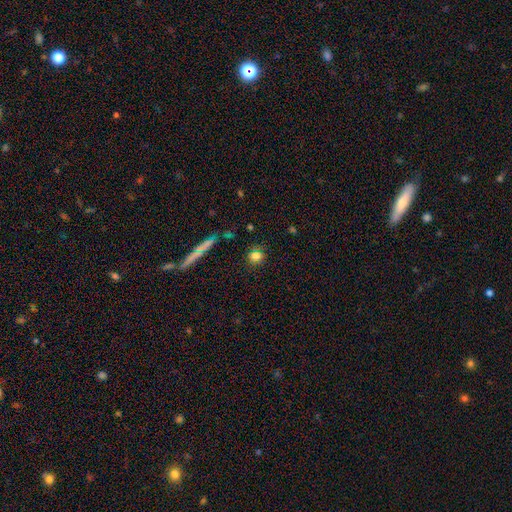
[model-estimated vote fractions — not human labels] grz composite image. It shows a smooth galaxy with no disk features (79%) that is round (79%). Merging: none (85%).